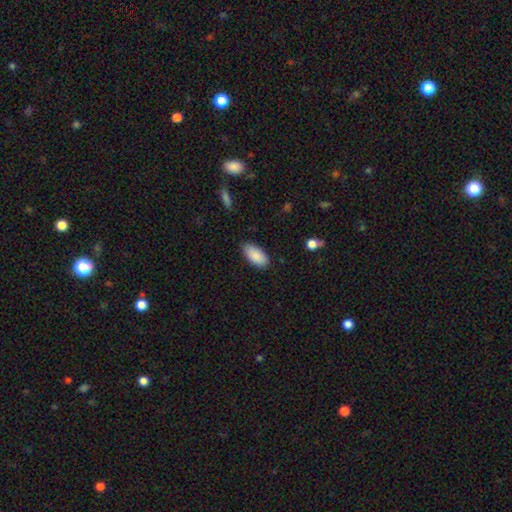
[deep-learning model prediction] smooth-or-featured: smooth: 89% | star or artifact: 6% | featured or disk: 5%
  how-rounded: in between: 93% | cigar-shaped: 5% | round: 2%
  merging: none: 84% | minor disturbance: 12% | major disturbance: 2% | merger: 1%